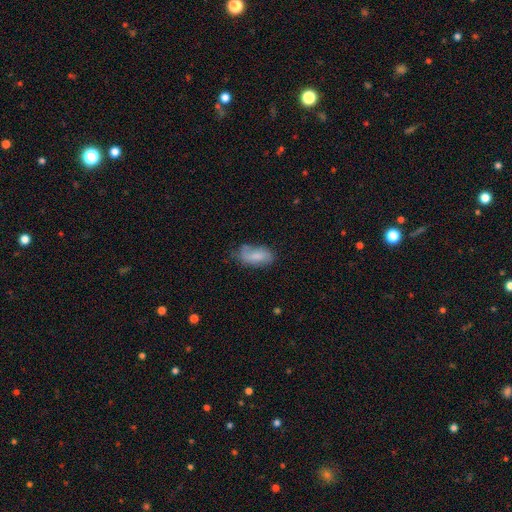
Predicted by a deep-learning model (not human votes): smooth 71%, featured or disk 22%, star or artifact 7%. Down the decision tree: how rounded — in between (91%); merging — none (53%).